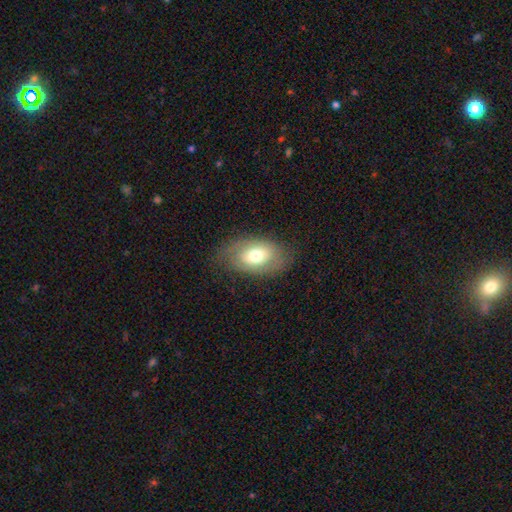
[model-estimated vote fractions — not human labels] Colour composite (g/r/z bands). It shows a smooth galaxy with no disk features (60%) that is in between round and cigar-shaped (88%). Merging: none (76%).